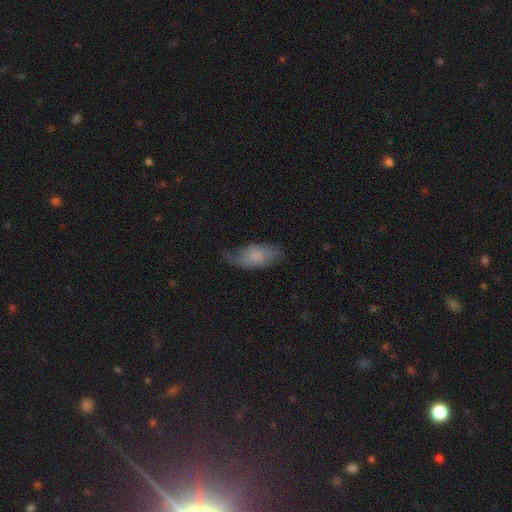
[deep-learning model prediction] The model was most divided on "merging": none: 48%, minor disturbance: 34%, major disturbance: 16%, merger: 2%. More confident: how rounded — in between (89%); smooth or featured — smooth (65%).